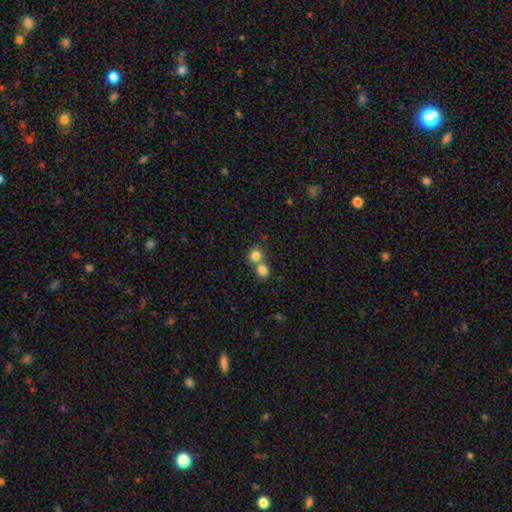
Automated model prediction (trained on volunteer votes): Morphology: type=smooth (81%); roundness=round (85%); merging=merger (49%).